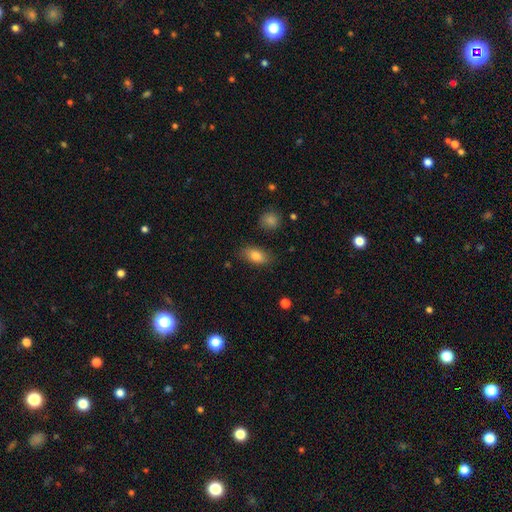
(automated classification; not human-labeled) smooth_or_featured: smooth (p=0.82) [alt: featured or disk p=0.10]
how_rounded: in between (p=0.87) [alt: round p=0.07]
merging: none (p=0.81) [alt: minor disturbance p=0.13]